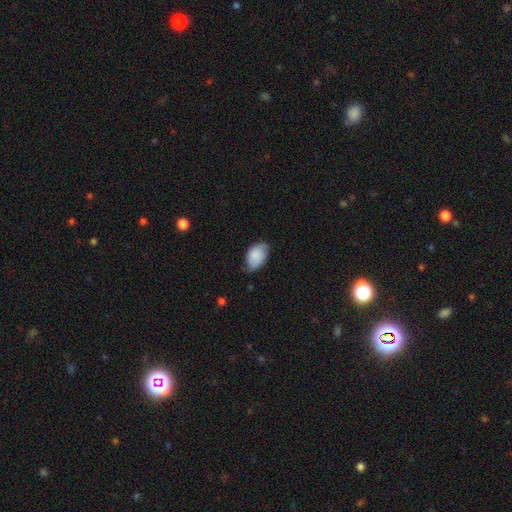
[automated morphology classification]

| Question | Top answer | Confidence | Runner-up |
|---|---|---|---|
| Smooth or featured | smooth | 79% | featured or disk (15%) |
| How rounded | in between | 90% | round (8%) |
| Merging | none | 53% | minor disturbance (38%) |